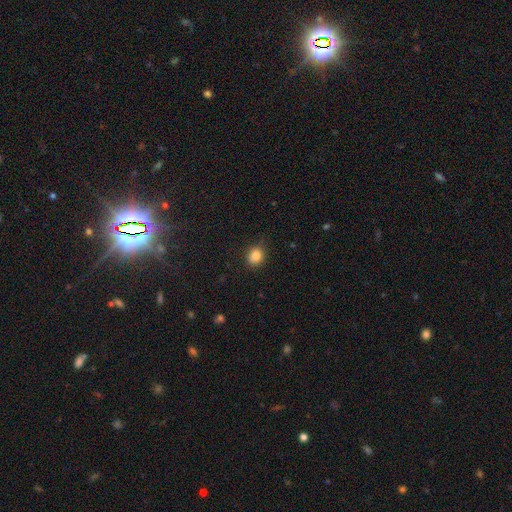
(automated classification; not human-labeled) A smooth galaxy with no disk features (84%) that is round (67%). Merging: none (79%).